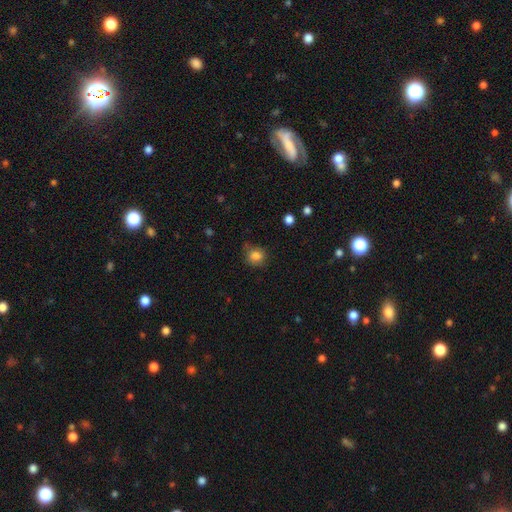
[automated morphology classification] A smooth galaxy with no disk features (83%) that is round (78%).

Vote fractions:
- Smooth or featured? smooth: 83% / star or artifact: 11% / featured or disk: 6%
- How rounded? round: 78% / in between: 21% / cigar-shaped: 1%
- Merging? none: 73% / minor disturbance: 19% / major disturbance: 5% / merger: 3%